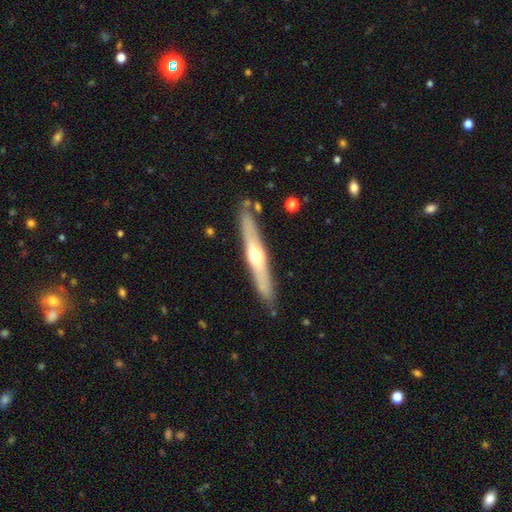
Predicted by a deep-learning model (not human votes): A featured or disk galaxy (58%) viewed edge-on (92%) with a rounded central bulge (87%). Merging: none (86%).